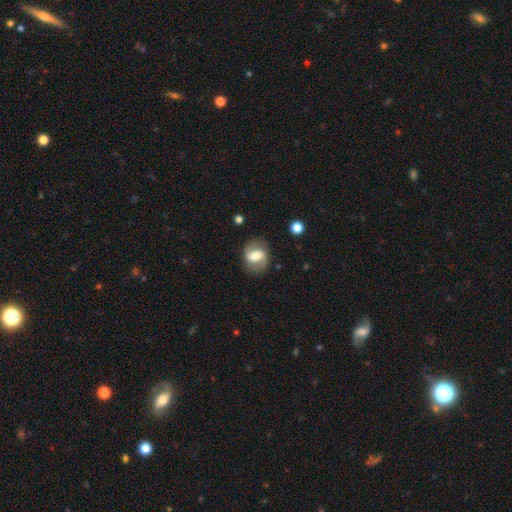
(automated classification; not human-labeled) This appears to be a smooth galaxy with no disk features (48%). Merging: none (77%).